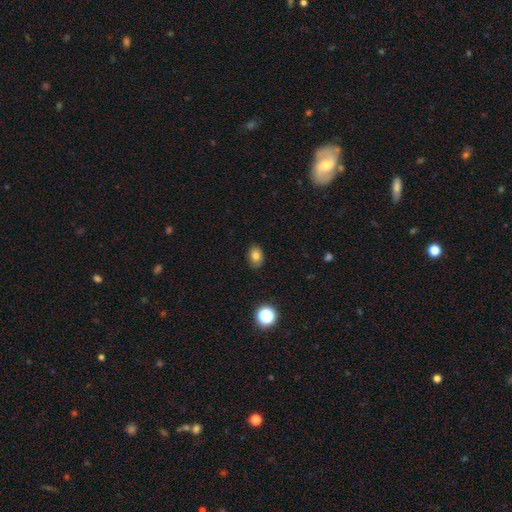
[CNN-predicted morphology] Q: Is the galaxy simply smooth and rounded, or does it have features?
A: smooth — 80%.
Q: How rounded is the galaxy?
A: in between — 79%.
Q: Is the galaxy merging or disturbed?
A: none — 86%.